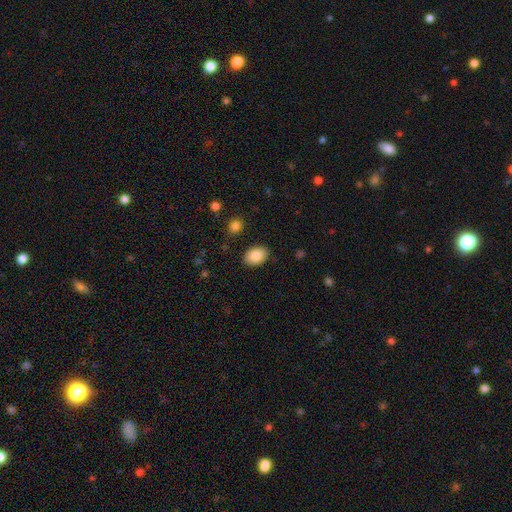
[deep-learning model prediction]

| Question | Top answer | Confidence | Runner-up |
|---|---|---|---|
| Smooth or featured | smooth | 87% | star or artifact (7%) |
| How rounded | in between | 81% | round (18%) |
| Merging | none | 88% | minor disturbance (9%) |